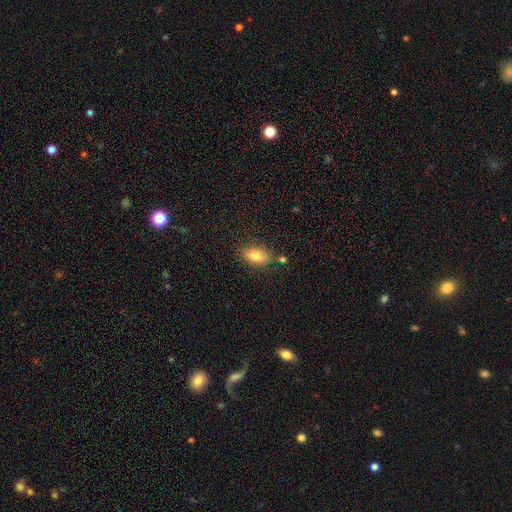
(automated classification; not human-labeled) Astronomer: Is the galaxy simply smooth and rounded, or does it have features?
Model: smooth — 81%.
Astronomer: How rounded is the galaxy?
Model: in between — 86%.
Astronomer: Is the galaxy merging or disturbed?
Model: none — 74%.